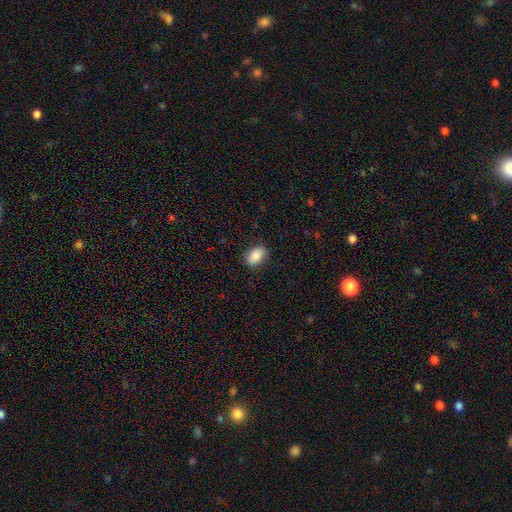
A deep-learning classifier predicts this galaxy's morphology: This appears to be a smooth galaxy with no disk features (85%) that is in between round and cigar-shaped (87%). Merging: none (85%).